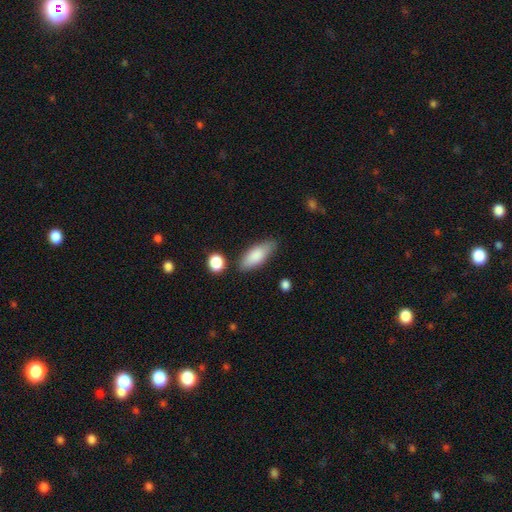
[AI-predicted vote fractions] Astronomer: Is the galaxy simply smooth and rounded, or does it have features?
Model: smooth — 84%.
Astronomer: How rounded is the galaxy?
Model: in between — 77%.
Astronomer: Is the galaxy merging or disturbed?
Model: none — 77%.